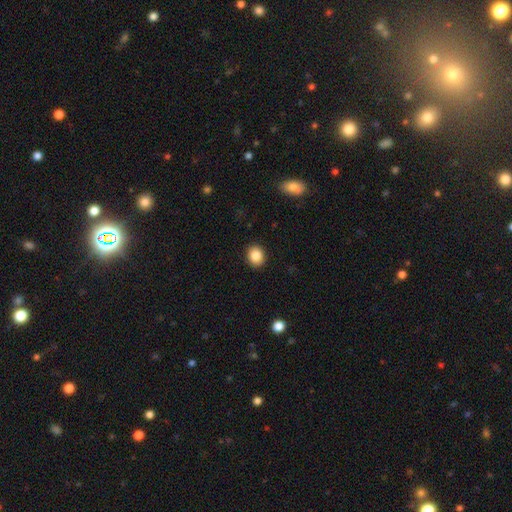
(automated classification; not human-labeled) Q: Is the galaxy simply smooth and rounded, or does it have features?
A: smooth — 86%.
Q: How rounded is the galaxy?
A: round — 61%.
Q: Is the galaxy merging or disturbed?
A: none — 91%.